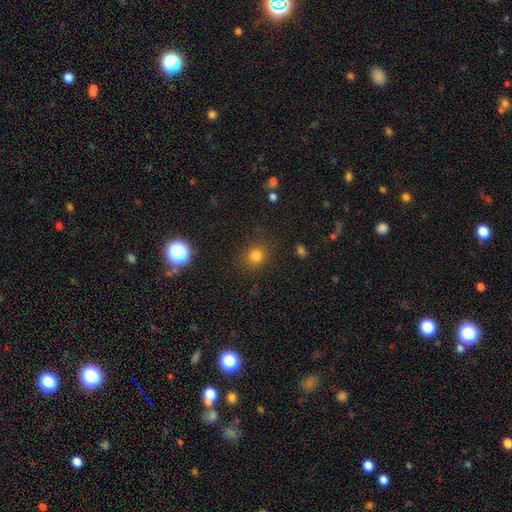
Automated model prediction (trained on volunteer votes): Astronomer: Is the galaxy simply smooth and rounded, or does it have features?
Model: smooth — 79%.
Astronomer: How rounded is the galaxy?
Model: round — 82%.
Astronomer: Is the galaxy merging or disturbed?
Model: none — 85%.